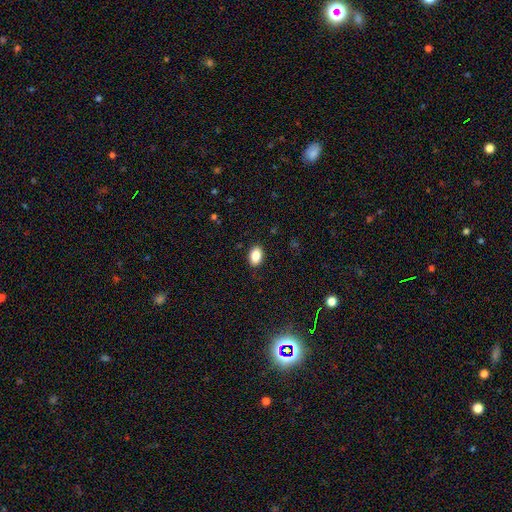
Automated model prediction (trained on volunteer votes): The model was most divided on "how rounded": in between: 86%, round: 13%, cigar-shaped: 1%. More confident: merging — none (88%); smooth or featured — smooth (86%).